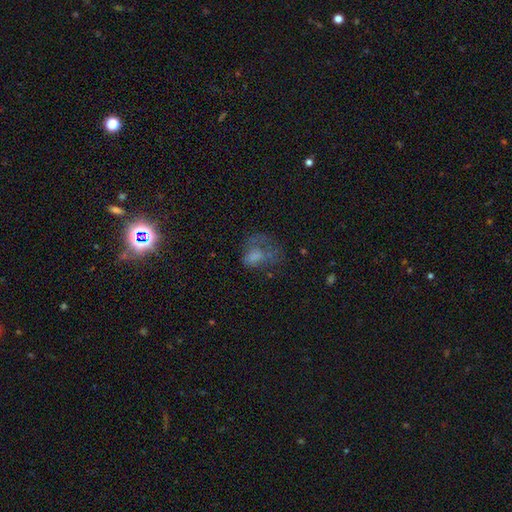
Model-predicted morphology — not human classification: smooth_or_featured: smooth (p=0.53) [alt: featured or disk p=0.30]
how_rounded: in between (p=0.74) [alt: round p=0.24]
merging: major disturbance (p=0.53) [alt: none p=0.24]